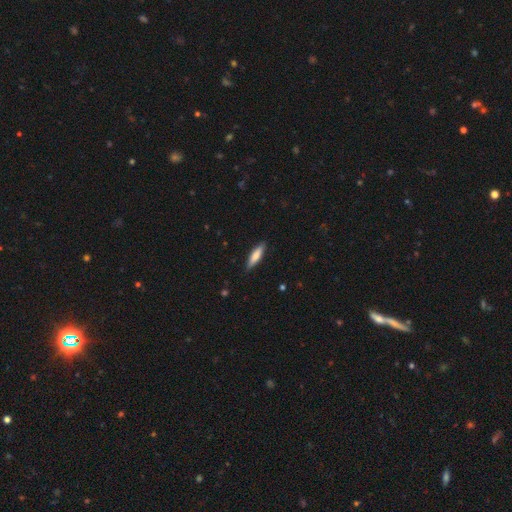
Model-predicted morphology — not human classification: type=smooth (75%); roundness=cigar-shaped (70%); merging=none (88%).